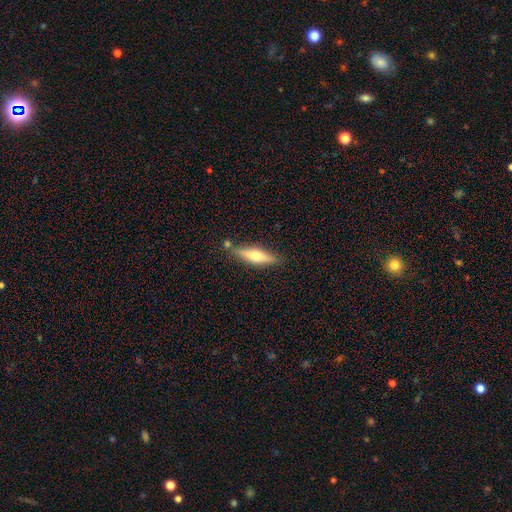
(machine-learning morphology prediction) Smooth or featured? featured or disk (50%)
Edge-on disk? yes (92%)
Merging? none (79%)